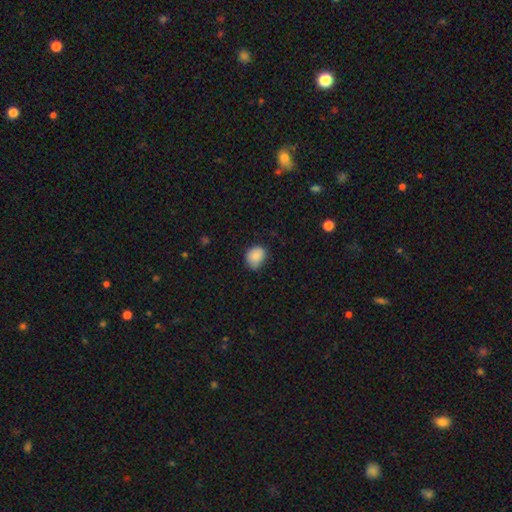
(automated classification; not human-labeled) This is clearly a smooth galaxy (85%). How rounded: possibly round (55%). Merging: likely none (68%).